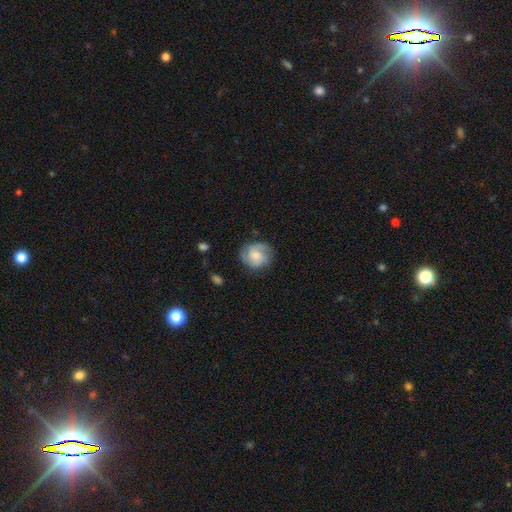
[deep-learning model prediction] A featured or disk galaxy (50%).

Vote fractions:
- Smooth or featured? featured or disk: 50% / smooth: 42% / star or artifact: 7%
- Edge-on disk? no: 97% / yes: 3%
- Merging? none: 71% / minor disturbance: 20% / major disturbance: 8% / merger: 1%